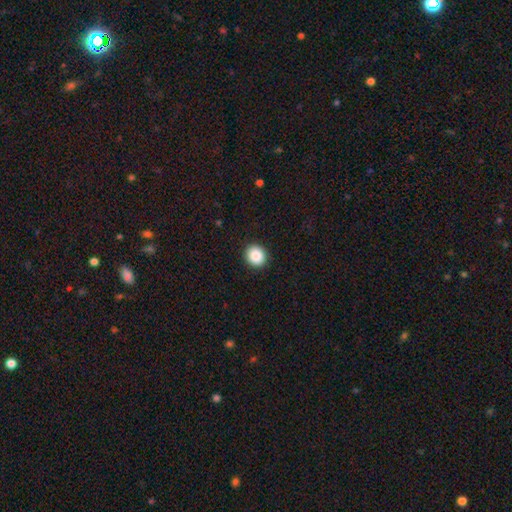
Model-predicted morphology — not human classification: The model was most divided on "how rounded": round: 82%, in between: 17%, cigar-shaped: 1%. More confident: merging — none (92%); smooth or featured — smooth (88%).